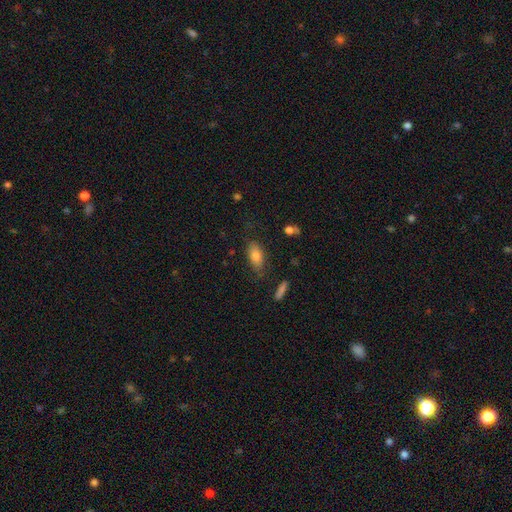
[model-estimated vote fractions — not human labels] smooth_or_featured: smooth (p=0.79) [alt: featured or disk p=0.12]
how_rounded: in between (p=0.85) [alt: cigar-shaped p=0.11]
merging: none (p=0.70) [alt: minor disturbance p=0.20]